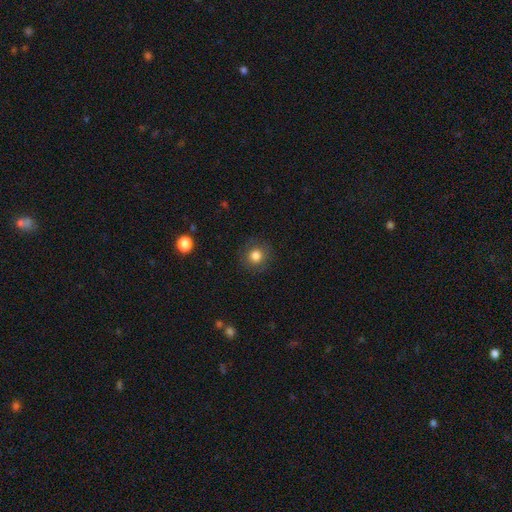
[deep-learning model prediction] This appears to be a smooth galaxy with no disk features (82%) that is round (91%). Merging: none (87%).